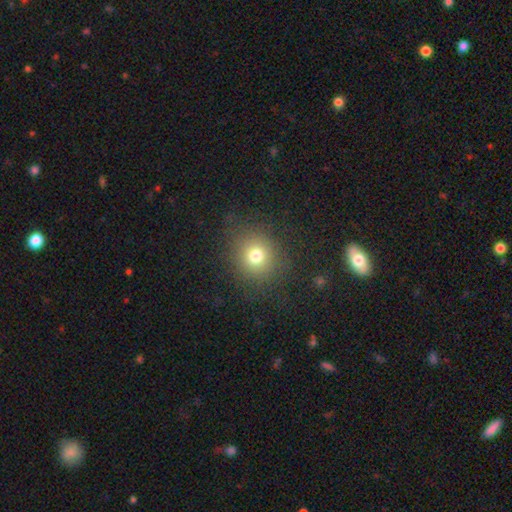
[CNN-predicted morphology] Smooth or featured? smooth (75%)
How rounded? round (86%)
Merging? none (84%)